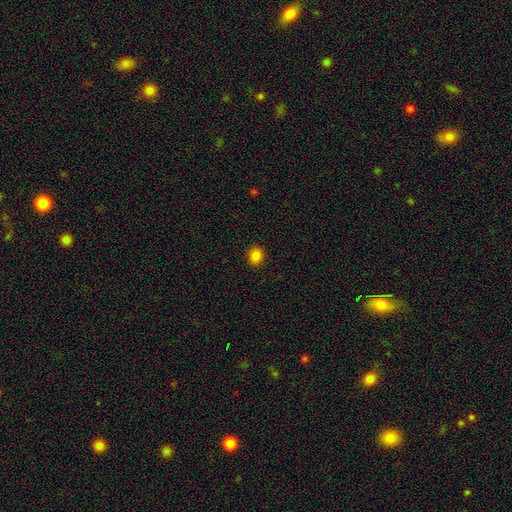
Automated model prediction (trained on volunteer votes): This is clearly a smooth galaxy (84%). How rounded: likely round (75%). Merging: clearly none (92%).